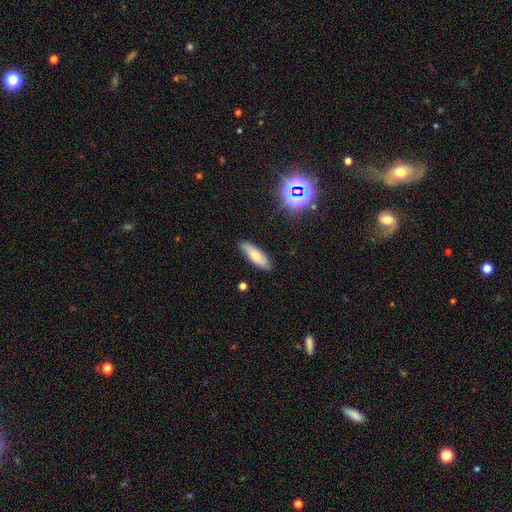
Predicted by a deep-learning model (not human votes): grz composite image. It shows a smooth galaxy with no disk features (73%) that is in between round and cigar-shaped (56%). Merging: none (82%).